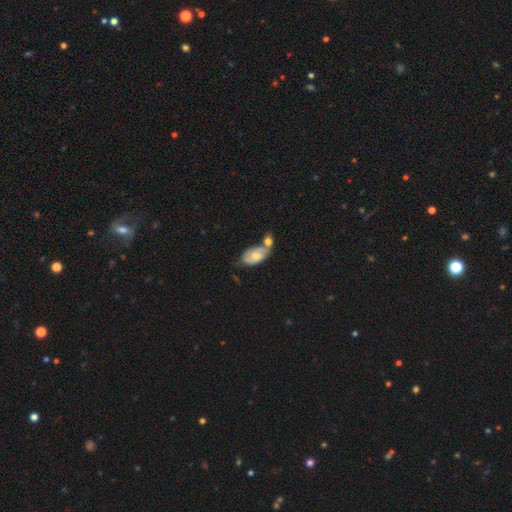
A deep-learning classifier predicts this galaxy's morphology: This is possibly a smooth galaxy (51%). How rounded: clearly in between (92%). Merging: possibly merger (47%).